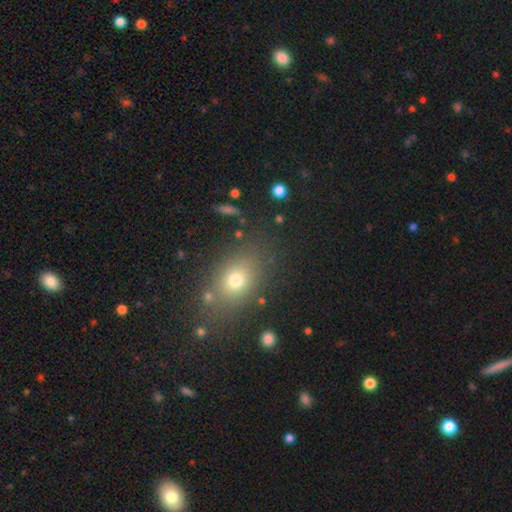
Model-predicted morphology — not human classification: Smooth or featured: smooth — 64% (star or artifact — 24%)
How rounded: in between — 62% (round — 34%)
Merging: none — 81% (minor disturbance — 10%)